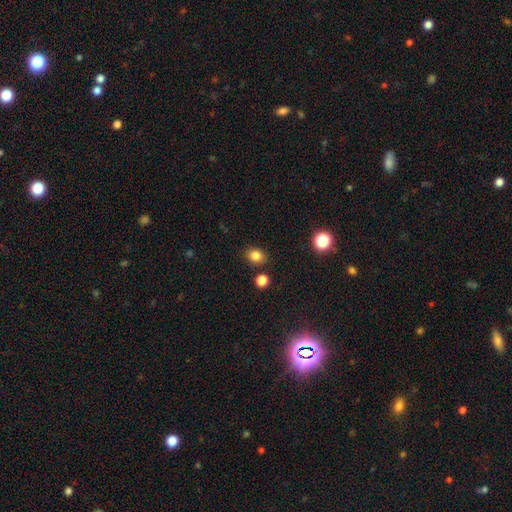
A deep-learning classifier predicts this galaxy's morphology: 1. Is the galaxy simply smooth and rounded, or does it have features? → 83% smooth, 12% star or artifact, 5% featured or disk.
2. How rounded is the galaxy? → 56% round, 43% in between, 1% cigar-shaped.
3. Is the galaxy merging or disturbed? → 84% none, 9% minor disturbance, 4% merger, 3% major disturbance.